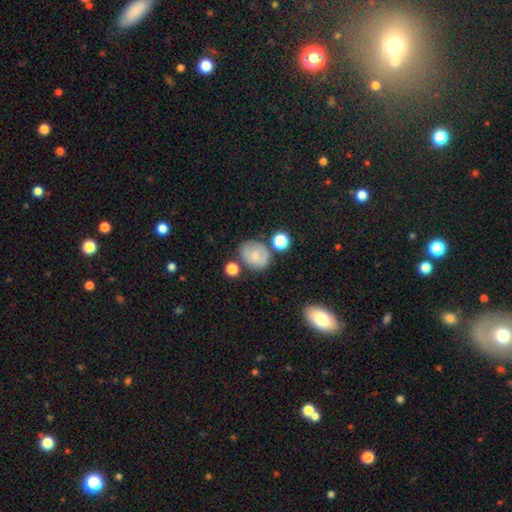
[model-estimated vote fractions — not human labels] Smooth or featured? smooth (67%)
How rounded? round (56%)
Merging? none (62%)